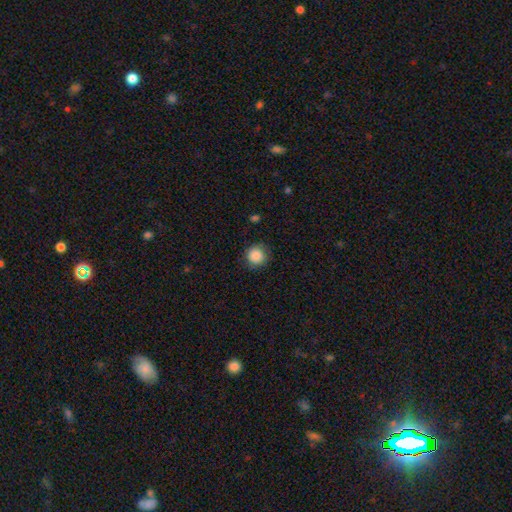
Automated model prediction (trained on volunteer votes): Smooth or featured: smooth — 88% (star or artifact — 9%)
How rounded: round — 93% (in between — 6%)
Merging: none — 85% (minor disturbance — 11%)